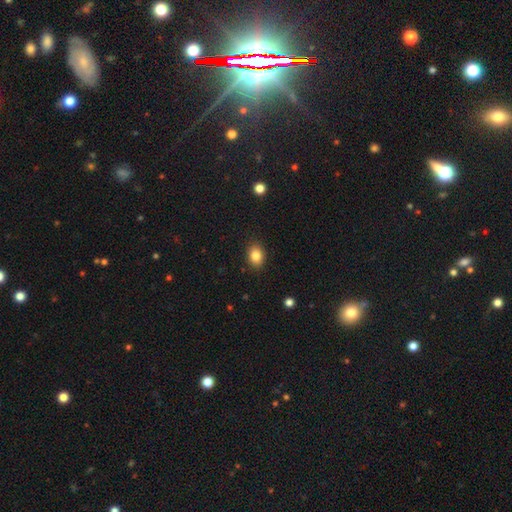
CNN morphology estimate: Q: Smooth or featured?
A: smooth (85%); runner-up: star or artifact (9%)
Q: How rounded?
A: in between (65%); runner-up: round (34%)
Q: Merging?
A: none (88%); runner-up: minor disturbance (8%)